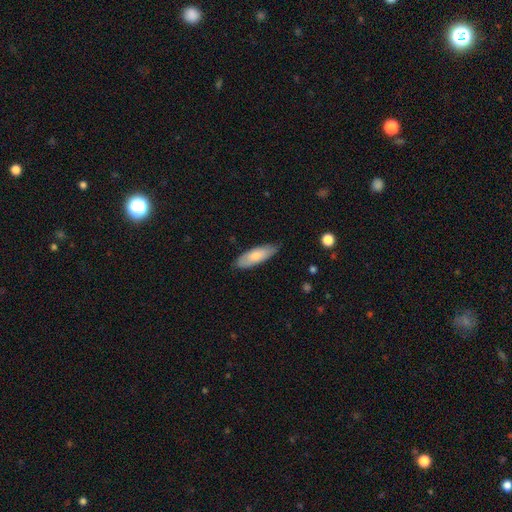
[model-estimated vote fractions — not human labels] Q: Smooth or featured?
A: smooth (76%); runner-up: featured or disk (18%)
Q: How rounded?
A: in between (63%); runner-up: cigar-shaped (35%)
Q: Merging?
A: none (79%); runner-up: minor disturbance (17%)